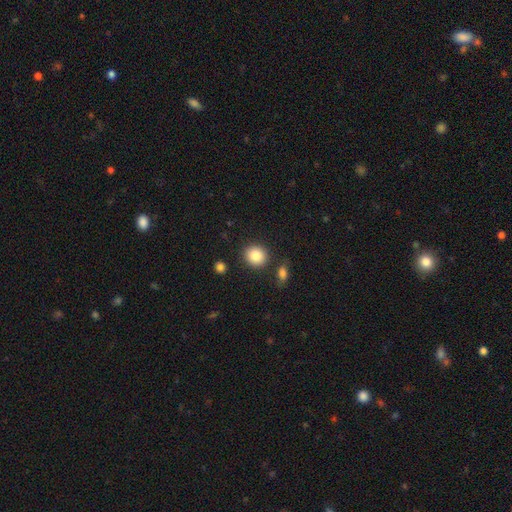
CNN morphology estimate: Smooth or featured?
  - smooth: 85% *
  - star or artifact: 9%
  - featured or disk: 6%
How rounded?
  - round: 85% *
  - in between: 14%
  - cigar-shaped: 1%
Merging?
  - none: 86% *
  - minor disturbance: 7%
  - merger: 4%
  - major disturbance: 2%